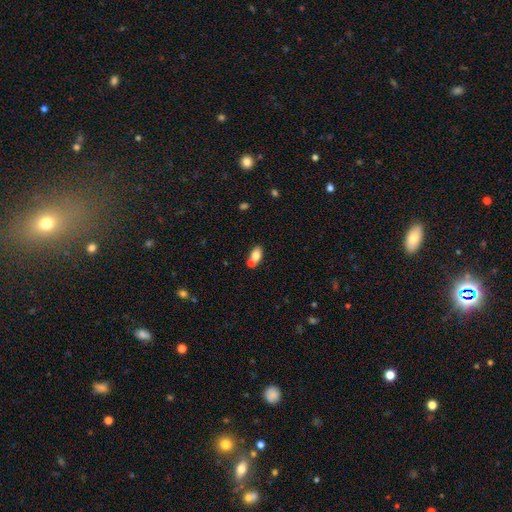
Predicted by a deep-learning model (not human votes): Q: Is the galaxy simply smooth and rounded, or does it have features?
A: smooth — 75%.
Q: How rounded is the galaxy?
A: in between — 83%.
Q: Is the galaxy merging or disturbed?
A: merger — 45%.